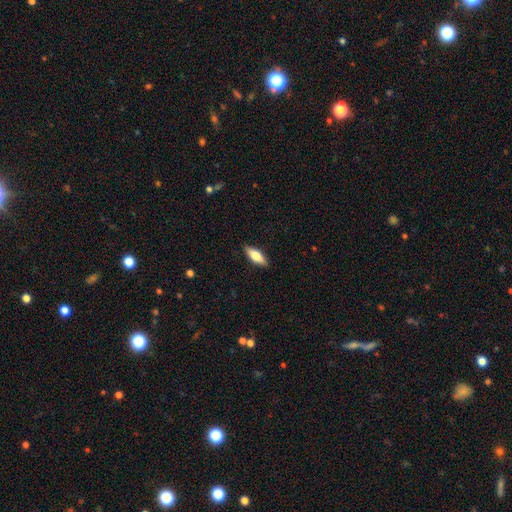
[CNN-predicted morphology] Smooth or featured? smooth (66%)
How rounded? in between (69%)
Merging? none (88%)